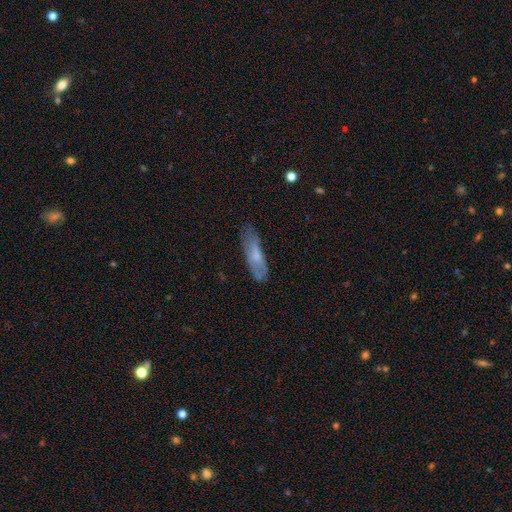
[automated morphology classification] A smooth galaxy with no disk features (56%) that is cigar-shaped (60%). Merging: none (66%).